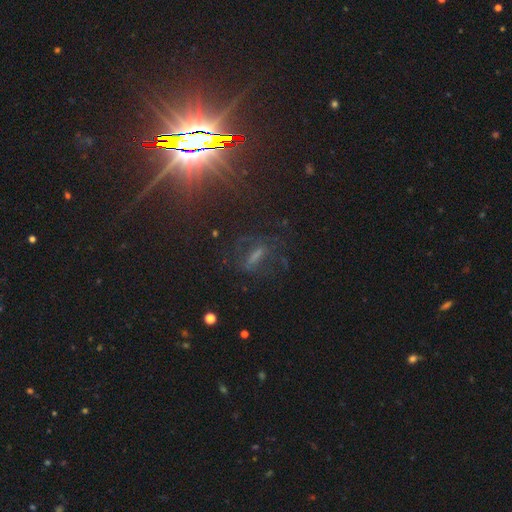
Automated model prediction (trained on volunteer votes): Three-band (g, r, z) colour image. It shows a star or artifact, not a galaxy (37%).